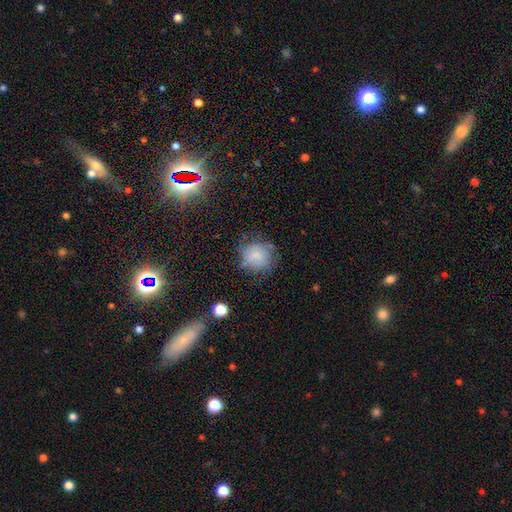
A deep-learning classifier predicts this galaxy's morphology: The model was most divided on "merging": none: 61%, minor disturbance: 24%, major disturbance: 11%, merger: 4%. More confident: how rounded — round (82%); smooth or featured — smooth (71%).